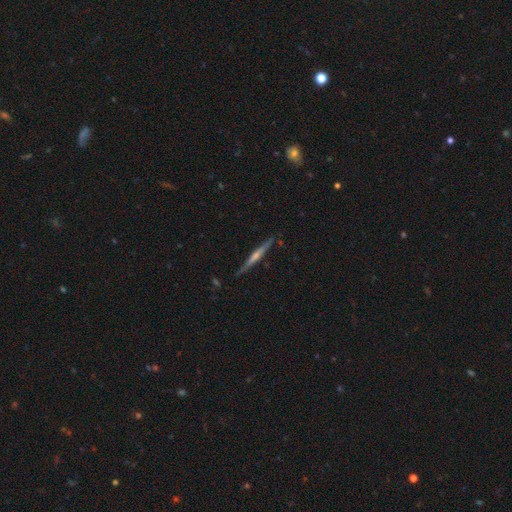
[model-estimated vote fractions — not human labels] smooth_or_featured: featured or disk (p=0.75) [alt: smooth p=0.20]
disk_edge_on: yes (p=0.98) [alt: no p=0.02]
edge_on_bulge: rounded (p=0.63) [alt: none p=0.25]
merging: none (p=0.90) [alt: minor disturbance p=0.08]